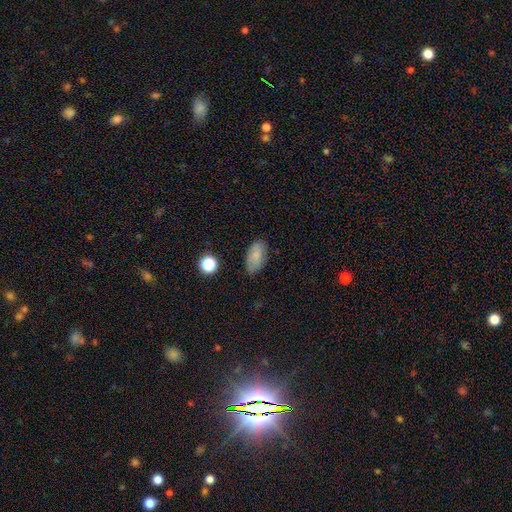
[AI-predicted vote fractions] A smooth galaxy with no disk features (82%) that is in between round and cigar-shaped (91%).

Vote fractions:
- Smooth or featured? smooth: 82% / star or artifact: 10% / featured or disk: 8%
- How rounded? in between: 91% / round: 5% / cigar-shaped: 4%
- Merging? none: 80% / minor disturbance: 15% / major disturbance: 4% / merger: 2%